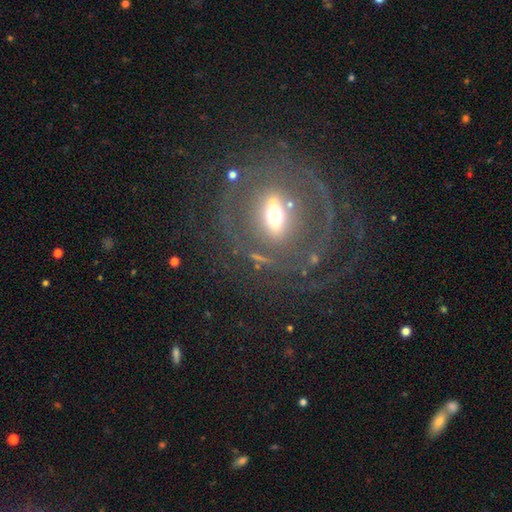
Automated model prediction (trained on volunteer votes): smooth-or-featured: featured or disk: 79% | smooth: 11% | star or artifact: 10%
  disk-edge-on: no: 89% | yes: 11%
    bar: strong: 42% | weak: 35% | no: 23%
    has-spiral-arms: yes: 67% | no: 33%
    bulge-size: moderate: 60% | small: 21% | large: 16% | dominant: 2% | none: 1%
  merging: none: 71% | minor disturbance: 14% | major disturbance: 13% | merger: 2%